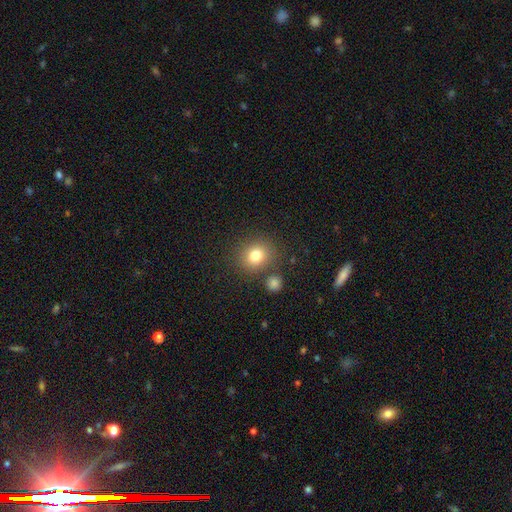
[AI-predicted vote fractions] The model was most divided on "how rounded": round: 79%, in between: 20%, cigar-shaped: 1%. More confident: merging — none (80%); smooth or featured — smooth (79%).